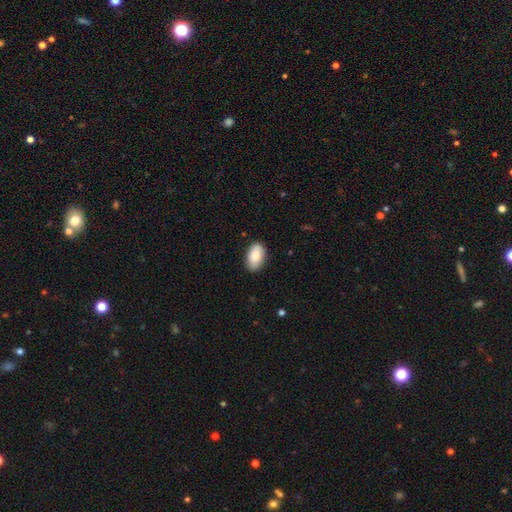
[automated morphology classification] Overall: smooth (83%). How rounded: in between (93%). Merging: none (85%).